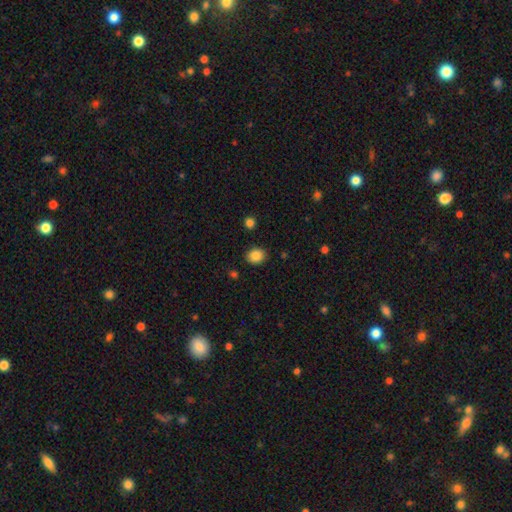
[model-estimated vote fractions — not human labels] Smooth or featured? Predicted: smooth (p=0.86). How rounded? Predicted: round (p=0.61). Merging? Predicted: none (p=0.88).